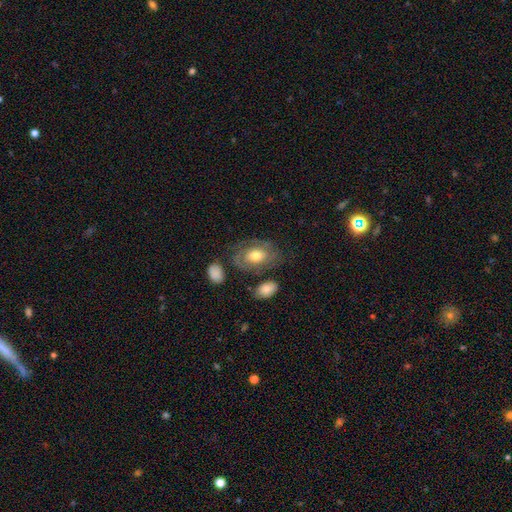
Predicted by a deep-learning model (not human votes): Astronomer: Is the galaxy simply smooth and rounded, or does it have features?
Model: featured or disk — 54% (runner-up: smooth, 39%).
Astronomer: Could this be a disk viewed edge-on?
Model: no — 94%.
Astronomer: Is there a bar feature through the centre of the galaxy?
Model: no — 76%.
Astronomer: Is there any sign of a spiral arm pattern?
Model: yes — 64%.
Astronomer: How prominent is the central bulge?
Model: moderate — 67%.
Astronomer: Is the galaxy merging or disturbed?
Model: none — 58%.